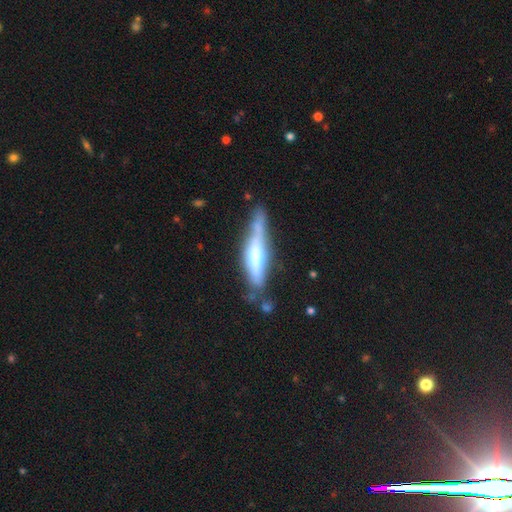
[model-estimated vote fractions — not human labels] featured or disk 59%, smooth 35%, star or artifact 6%. Down the decision tree: edge-on disk — yes (85%); edge-on bulge — rounded (64%); merging — none (53%).